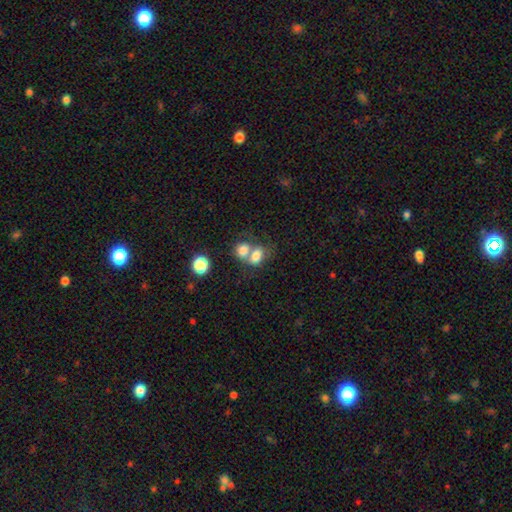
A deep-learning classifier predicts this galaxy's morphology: A smooth galaxy with no disk features (77%) that is in between round and cigar-shaped (63%). Merging: merger (61%).